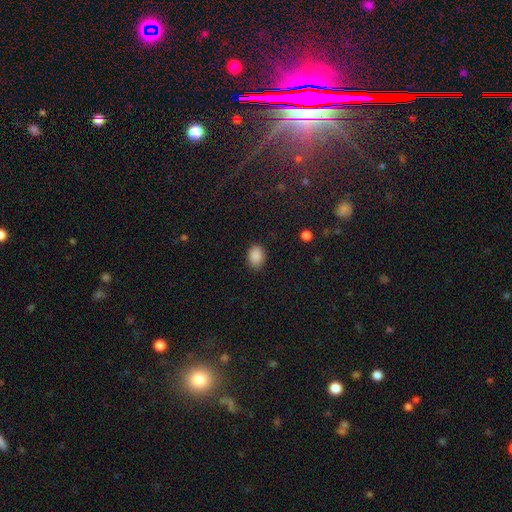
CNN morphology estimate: The model was most divided on "how rounded": in between: 73%, round: 26%, cigar-shaped: 1%. More confident: smooth or featured — smooth (88%); merging — none (84%).